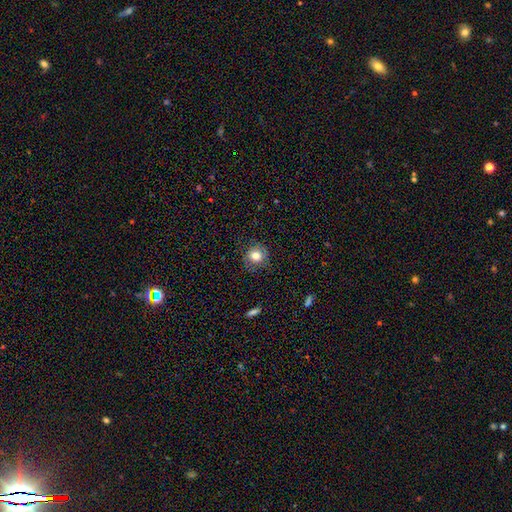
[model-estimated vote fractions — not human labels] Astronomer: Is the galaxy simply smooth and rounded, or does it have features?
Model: smooth — 77%.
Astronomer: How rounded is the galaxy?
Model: round — 86%.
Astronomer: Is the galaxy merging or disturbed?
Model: none — 79%.